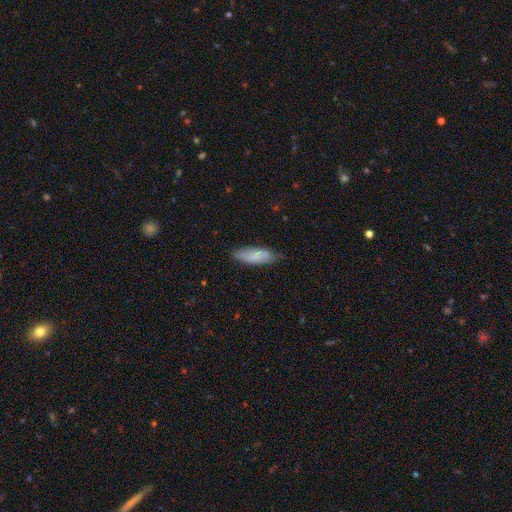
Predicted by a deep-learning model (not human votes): smooth 81%, featured or disk 13%, star or artifact 6%. Down the decision tree: how rounded — in between (58%); merging — none (74%).